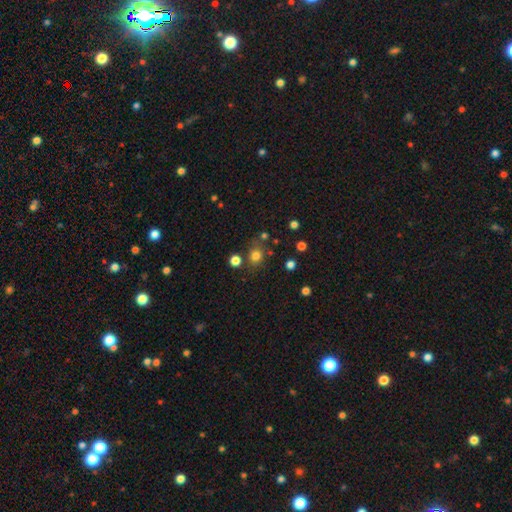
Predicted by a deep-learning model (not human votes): This appears to be a smooth galaxy with no disk features (78%) that is round (72%). Merging: none (73%).